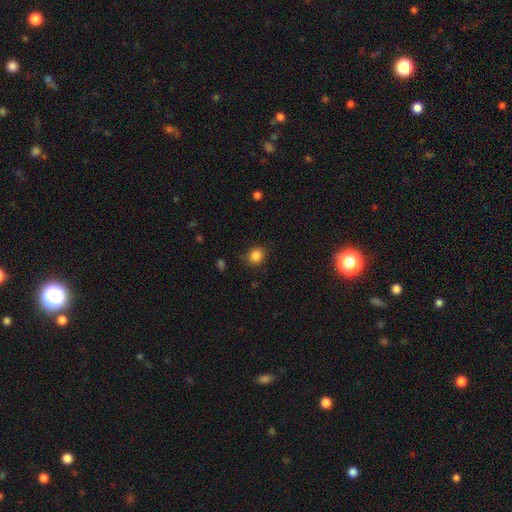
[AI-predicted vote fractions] Smooth or featured? Predicted: smooth (p=0.85). How rounded? Predicted: round (p=0.76). Merging? Predicted: none (p=0.82).